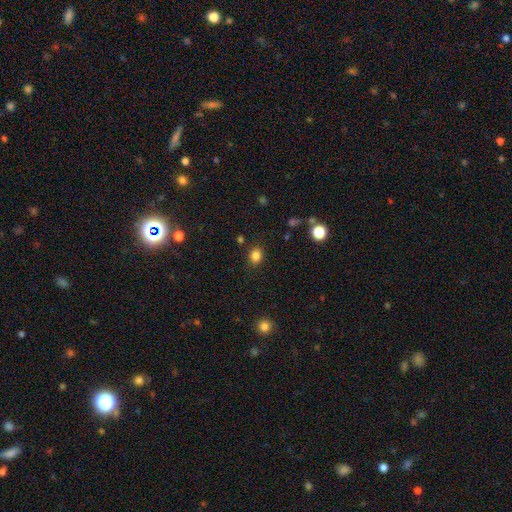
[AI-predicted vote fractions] Morphology: type=smooth (83%); roundness=round (64%); merging=none (86%).